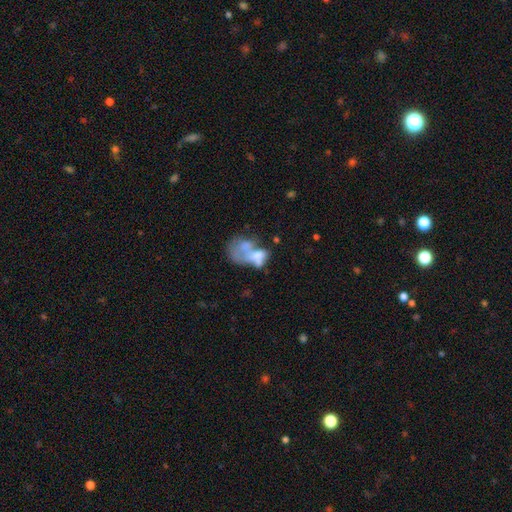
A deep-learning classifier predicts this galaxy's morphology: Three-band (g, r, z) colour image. It shows a smooth galaxy with no disk features (47%). Merging: merger (44%).